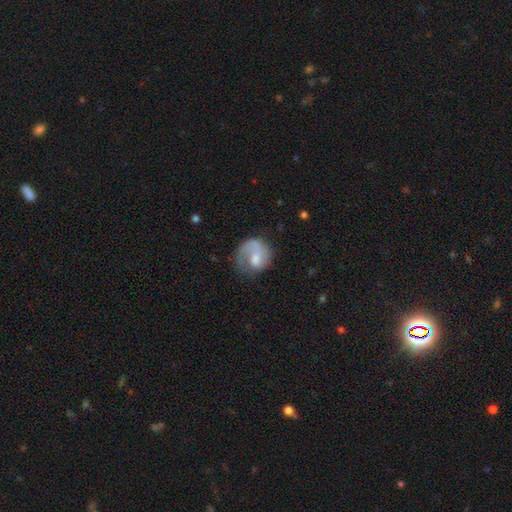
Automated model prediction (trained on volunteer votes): Smooth or featured: featured or disk — 60% (smooth — 33%)
Edge-on disk: no — 98% (yes — 2%)
Bar: no — 54% (weak — 39%)
Spiral arms: yes — 84% (no — 16%)
Bulge size: moderate — 42% (small — 31%)
Merging: none — 51% (major disturbance — 27%)